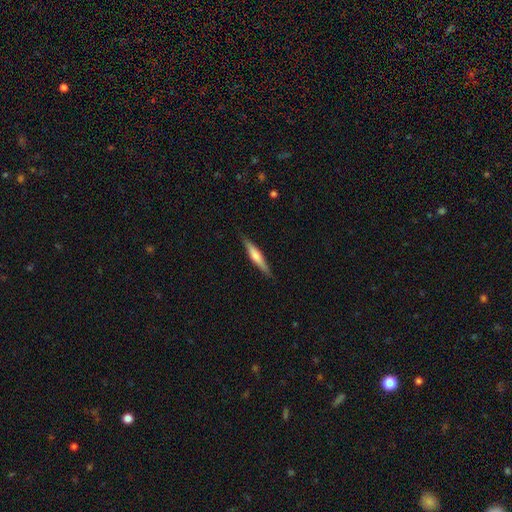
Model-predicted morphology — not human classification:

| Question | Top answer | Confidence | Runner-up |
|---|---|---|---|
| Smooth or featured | smooth | 50% | featured or disk (45%) |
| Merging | none | 86% | minor disturbance (11%) |